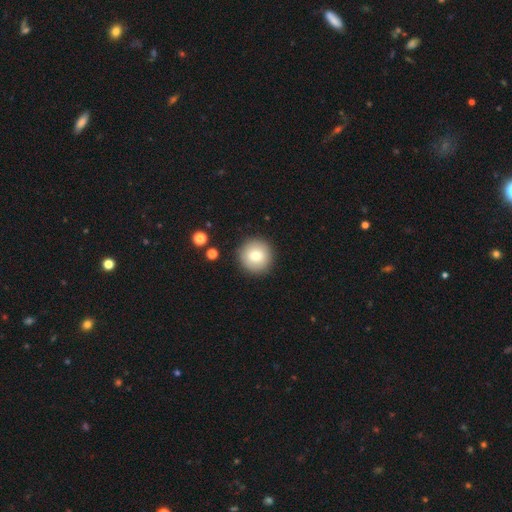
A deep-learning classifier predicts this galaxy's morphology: type=smooth (78%); roundness=round (95%); merging=none (90%).